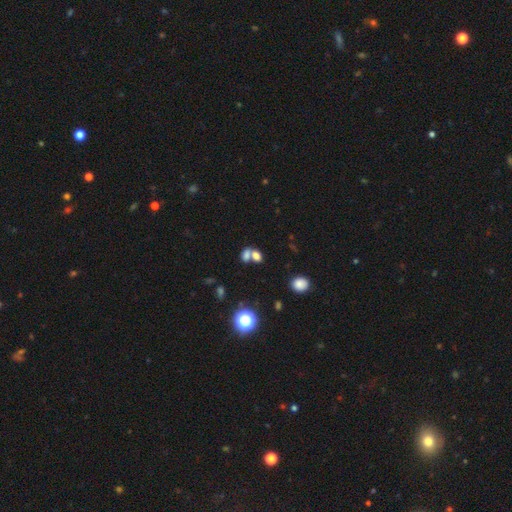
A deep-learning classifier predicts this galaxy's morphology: smooth 70%, star or artifact 18%, featured or disk 12%. Down the decision tree: how rounded — in between (70%); merging — merger (60%).